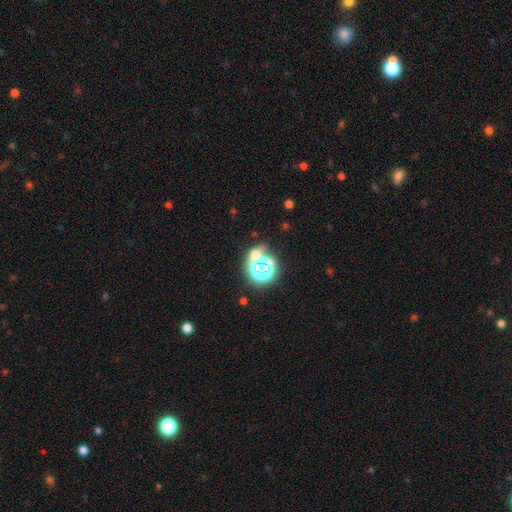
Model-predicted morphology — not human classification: A star or artifact, not a galaxy (52%).